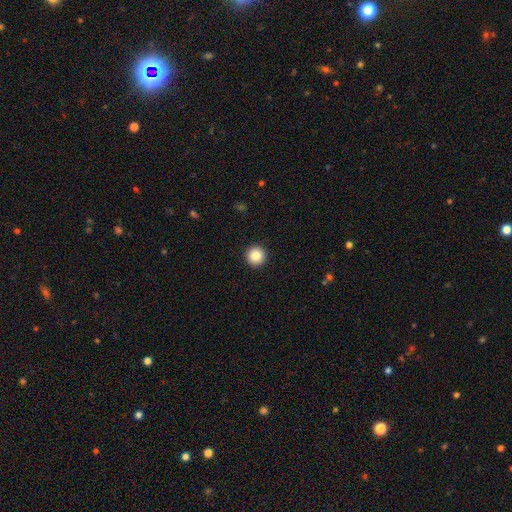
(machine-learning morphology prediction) Smooth or featured?
  - smooth: 86% *
  - star or artifact: 10%
  - featured or disk: 5%
How rounded?
  - round: 96% *
  - in between: 3%
  - cigar-shaped: 1%
Merging?
  - none: 94% *
  - minor disturbance: 4%
  - major disturbance: 1%
  - merger: 1%